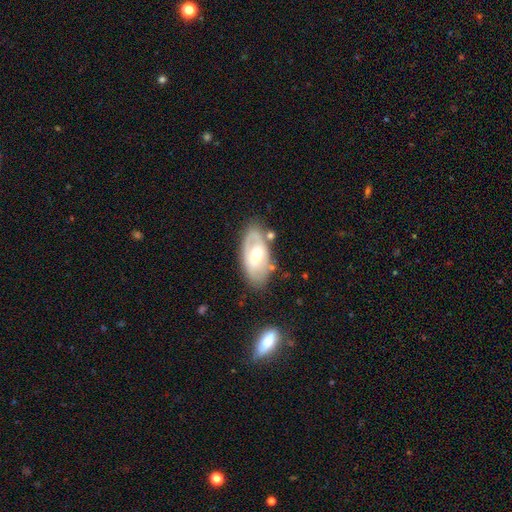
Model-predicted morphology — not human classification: type=featured or disk (58%); edge-on=no (91%); bar=no (45%); spiral arms=yes (54%); bulge=moderate (57%); merging=none (69%).